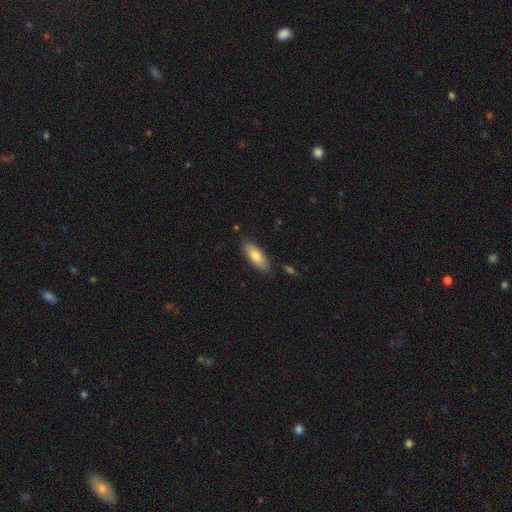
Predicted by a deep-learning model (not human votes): A smooth galaxy with no disk features (78%) that is in between round and cigar-shaped (69%).

Vote fractions:
- Smooth or featured? smooth: 78% / featured or disk: 16% / star or artifact: 6%
- How rounded? in between: 69% / cigar-shaped: 29% / round: 2%
- Merging? none: 82% / minor disturbance: 13% / merger: 3% / major disturbance: 2%